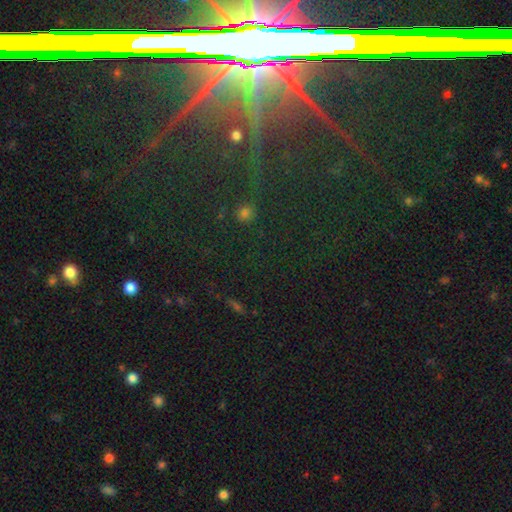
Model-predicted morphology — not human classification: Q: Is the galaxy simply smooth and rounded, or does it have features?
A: star or artifact — 77%.